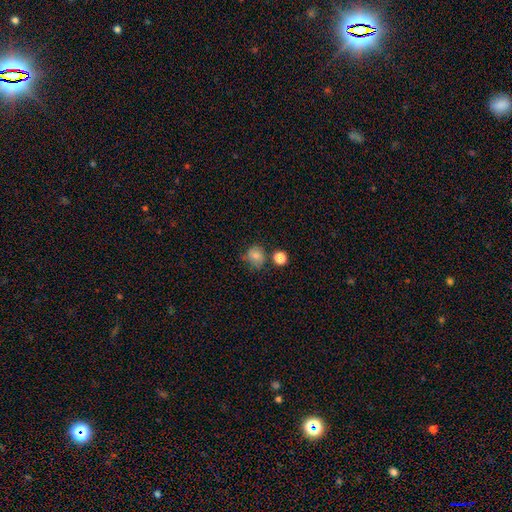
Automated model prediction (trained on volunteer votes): smooth 76%, star or artifact 12%, featured or disk 11%. Down the decision tree: how rounded — round (74%); merging — none (58%).